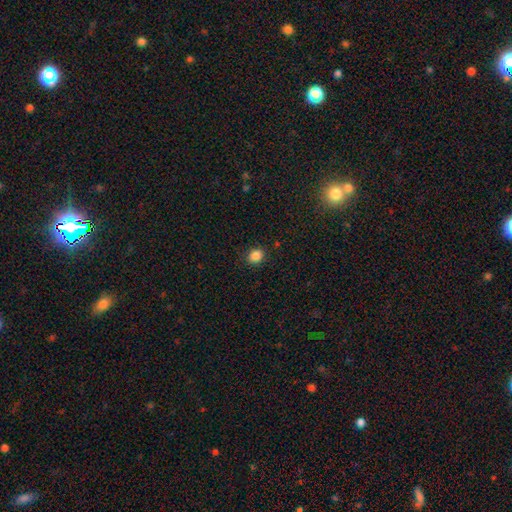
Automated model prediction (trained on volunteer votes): This is clearly a smooth galaxy (85%). How rounded: likely round (64%). Merging: clearly none (87%).